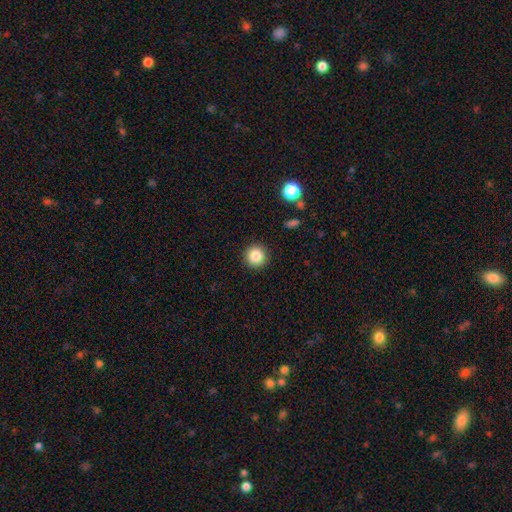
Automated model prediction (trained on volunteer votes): Smooth or featured? Predicted: smooth (p=0.85). How rounded? Predicted: round (p=0.95). Merging? Predicted: none (p=0.92).